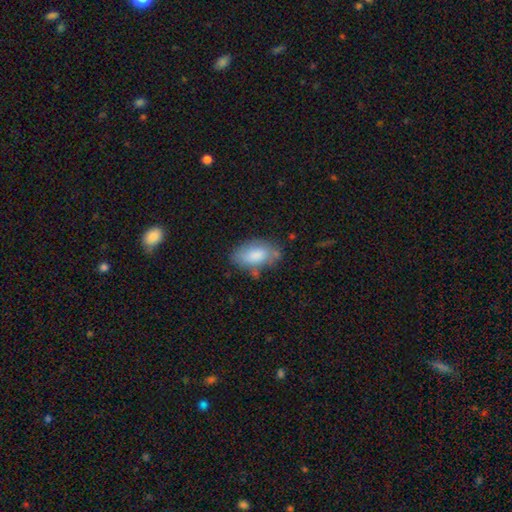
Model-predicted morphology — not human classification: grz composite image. It shows a smooth galaxy with no disk features (77%) that is in between round and cigar-shaped (93%). Merging: none (69%).